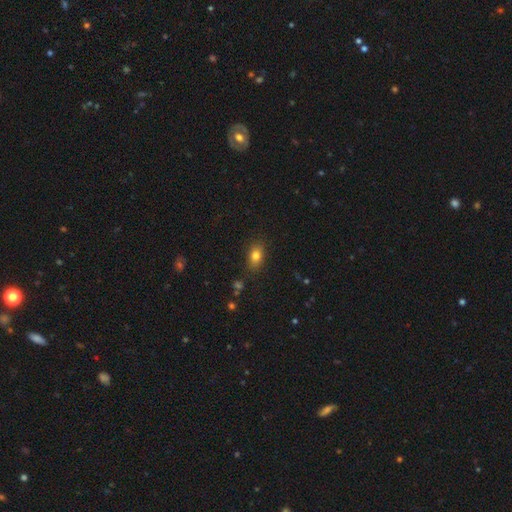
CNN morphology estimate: Smooth or featured: smooth — 79% (star or artifact — 11%)
How rounded: in between — 78% (round — 18%)
Merging: none — 84% (minor disturbance — 12%)